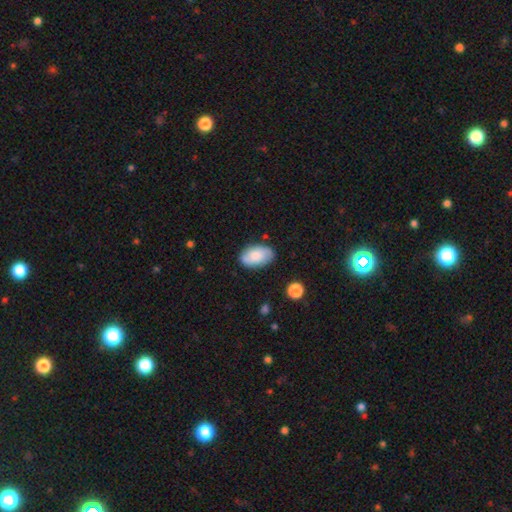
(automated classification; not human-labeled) A smooth galaxy with no disk features (70%) that is in between round and cigar-shaped (93%).

Vote fractions:
- Smooth or featured? smooth: 70% / featured or disk: 22% / star or artifact: 7%
- How rounded? in between: 93% / round: 6% / cigar-shaped: 1%
- Merging? none: 80% / minor disturbance: 15% / major disturbance: 3% / merger: 2%